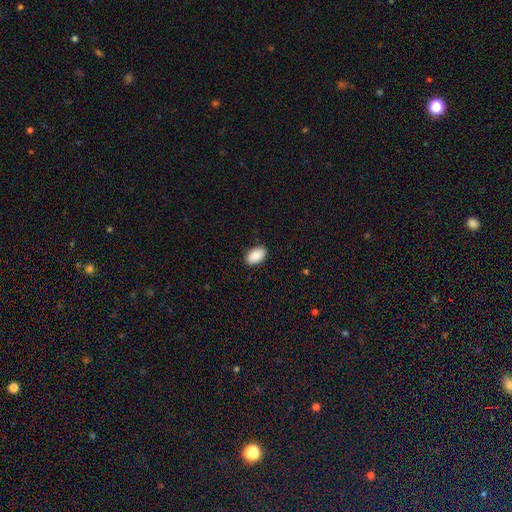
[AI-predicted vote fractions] Smooth or featured? Predicted: smooth (p=0.91). How rounded? Predicted: in between (p=0.93). Merging? Predicted: none (p=0.89).